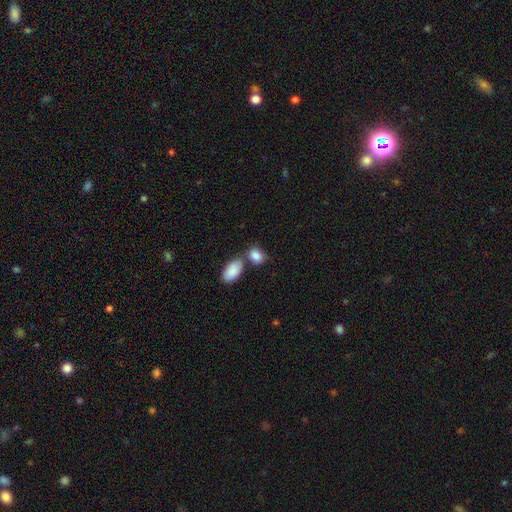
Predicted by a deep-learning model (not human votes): smooth_or_featured: smooth (p=0.87) [alt: star or artifact p=0.07]
how_rounded: in between (p=0.78) [alt: round p=0.19]
merging: none (p=0.49) [alt: merger p=0.33]